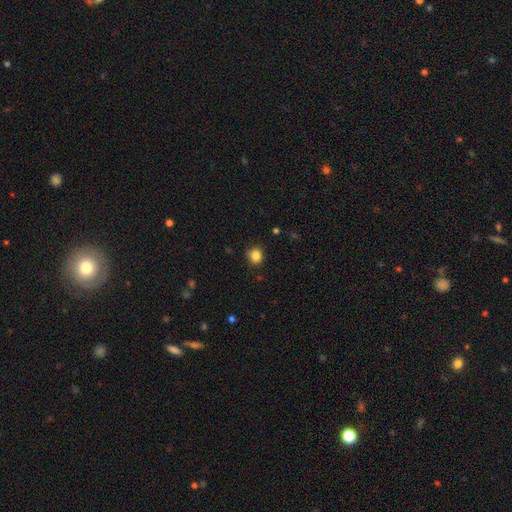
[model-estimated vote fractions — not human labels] smooth_or_featured: smooth (p=0.84) [alt: star or artifact p=0.12]
how_rounded: round (p=0.81) [alt: in between p=0.18]
merging: none (p=0.83) [alt: minor disturbance p=0.13]